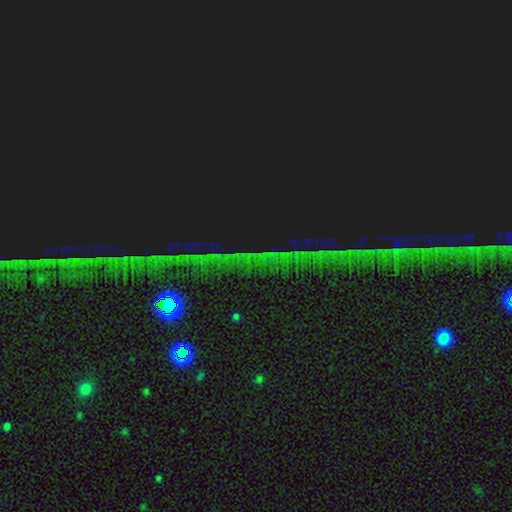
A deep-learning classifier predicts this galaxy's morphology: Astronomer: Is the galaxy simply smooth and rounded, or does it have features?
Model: star or artifact — 85%.